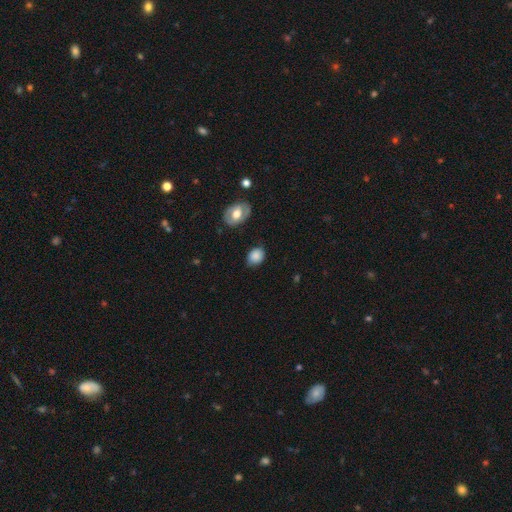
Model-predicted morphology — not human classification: smooth-or-featured: smooth: 83% | featured or disk: 9% | star or artifact: 8%
  how-rounded: in between: 62% | round: 37% | cigar-shaped: 1%
  merging: none: 74% | minor disturbance: 19% | major disturbance: 4% | merger: 2%